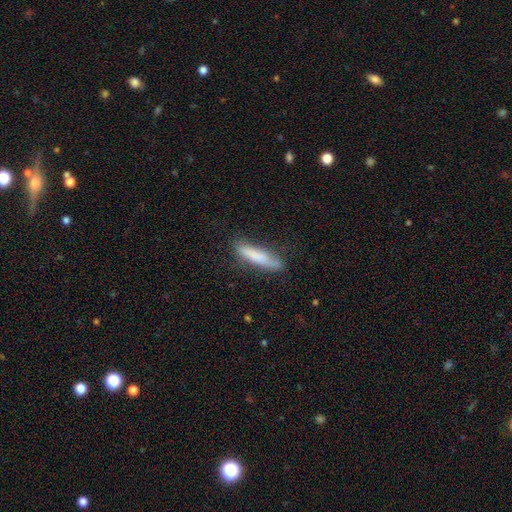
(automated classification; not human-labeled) A smooth galaxy with no disk features (75%) that is cigar-shaped (88%). Merging: none (79%).